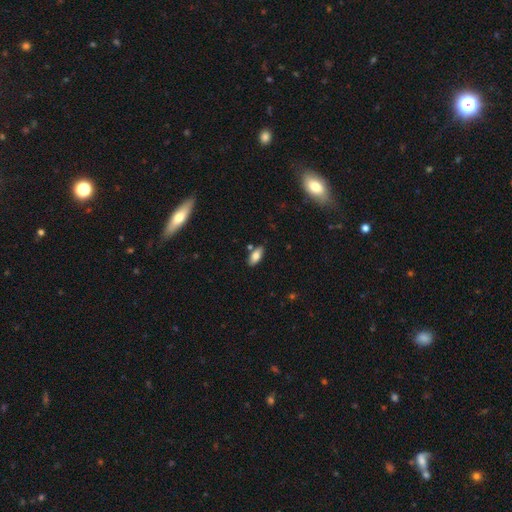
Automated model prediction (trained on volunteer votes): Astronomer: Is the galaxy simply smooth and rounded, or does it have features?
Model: smooth — 78%.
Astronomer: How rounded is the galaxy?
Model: in between — 87%.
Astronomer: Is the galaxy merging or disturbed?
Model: none — 80%.